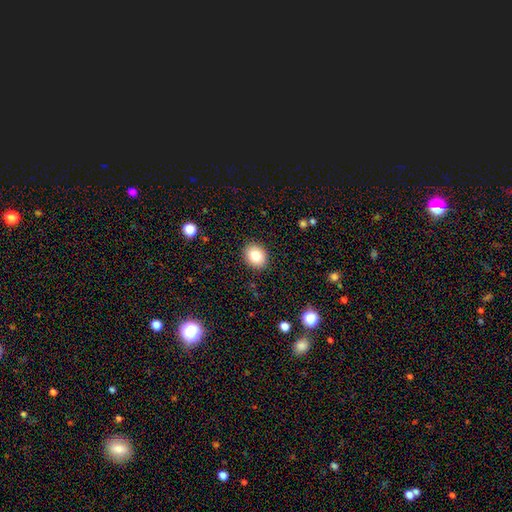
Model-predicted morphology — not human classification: smooth_or_featured: smooth (p=0.82) [alt: star or artifact p=0.10]
how_rounded: round (p=0.57) [alt: in between p=0.42]
merging: none (p=0.90) [alt: minor disturbance p=0.07]